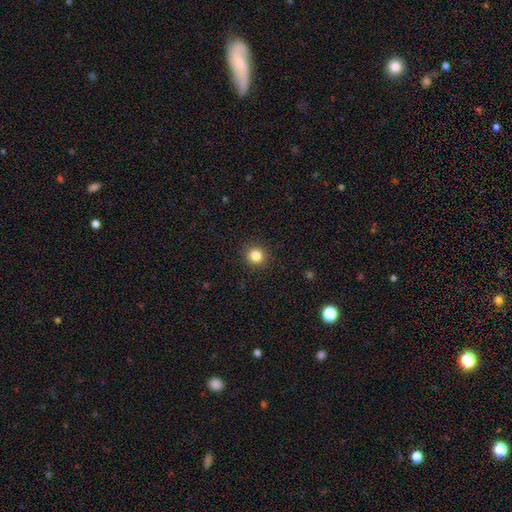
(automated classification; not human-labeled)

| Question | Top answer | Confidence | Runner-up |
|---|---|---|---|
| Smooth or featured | smooth | 84% | star or artifact (12%) |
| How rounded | round | 92% | in between (7%) |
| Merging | none | 92% | minor disturbance (5%) |